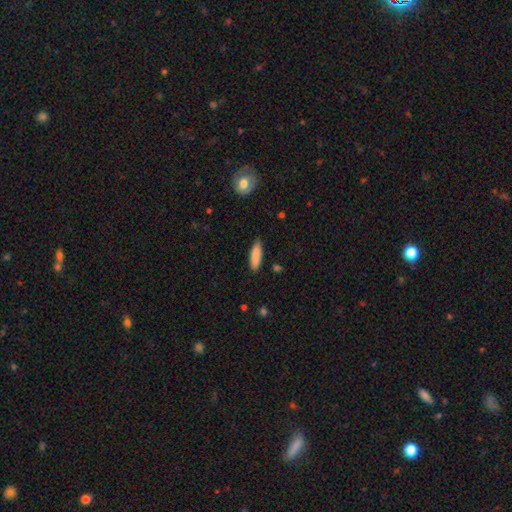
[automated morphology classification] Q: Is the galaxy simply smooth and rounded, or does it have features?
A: smooth — 87%.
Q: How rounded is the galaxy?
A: cigar-shaped — 55%.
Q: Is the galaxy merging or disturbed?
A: none — 85%.